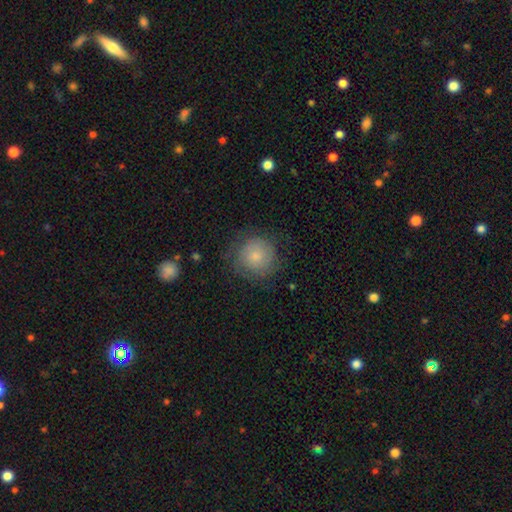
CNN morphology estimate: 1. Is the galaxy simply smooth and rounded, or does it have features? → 73% smooth, 19% featured or disk, 8% star or artifact.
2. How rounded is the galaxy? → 92% round, 7% in between, 1% cigar-shaped.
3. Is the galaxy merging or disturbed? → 73% none, 18% minor disturbance, 8% major disturbance, 1% merger.